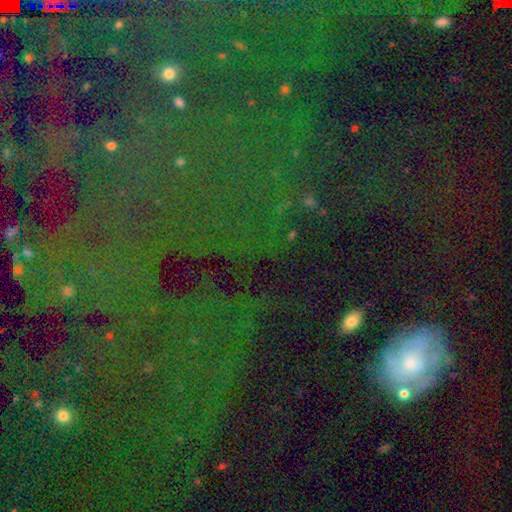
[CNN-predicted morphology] Smooth or featured? Predicted: star or artifact (p=0.67).